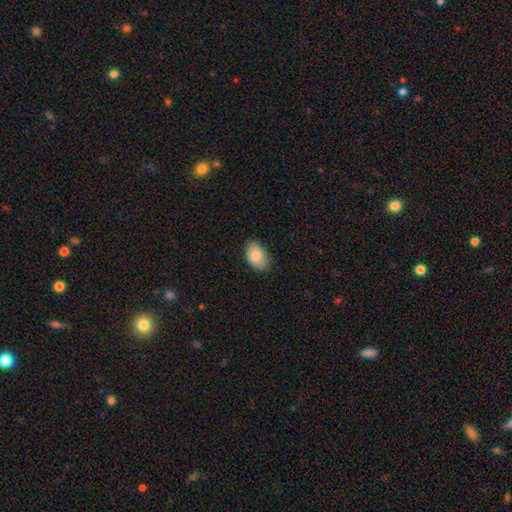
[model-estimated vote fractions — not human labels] Smooth or featured? smooth (85%)
How rounded? in between (90%)
Merging? none (79%)